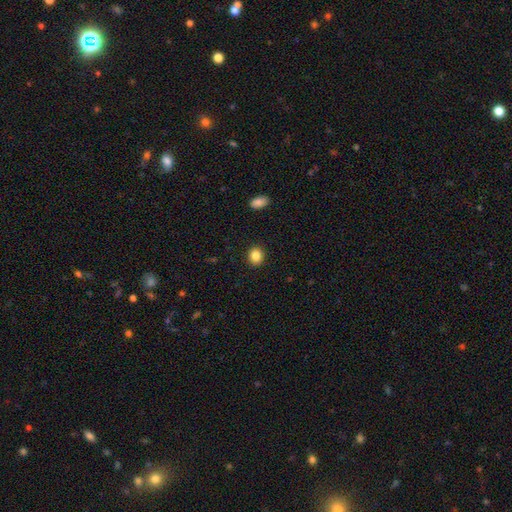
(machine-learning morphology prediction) type=smooth (86%); roundness=round (75%); merging=none (92%).